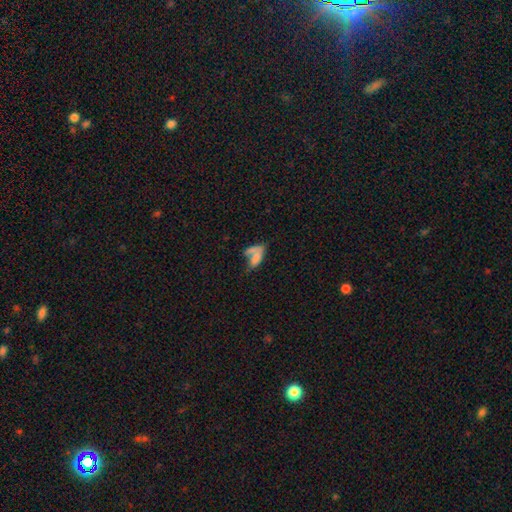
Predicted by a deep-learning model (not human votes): smooth-or-featured: smooth: 68% | featured or disk: 21% | star or artifact: 11%
  how-rounded: in between: 77% | cigar-shaped: 17% | round: 6%
  merging: merger: 50% | none: 26% | major disturbance: 13% | minor disturbance: 12%